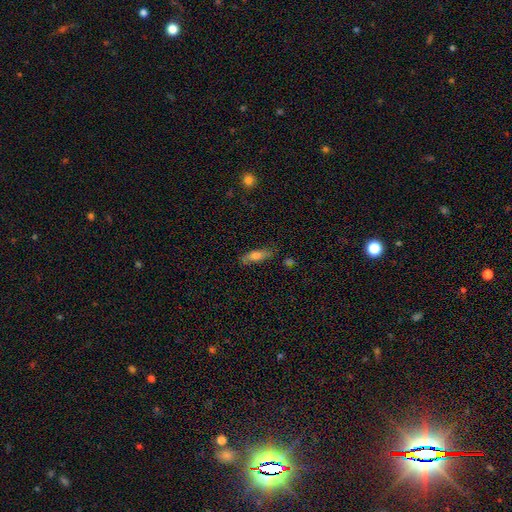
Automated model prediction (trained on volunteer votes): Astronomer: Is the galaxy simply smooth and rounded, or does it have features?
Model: smooth — 72%.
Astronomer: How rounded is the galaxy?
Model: cigar-shaped — 53% (runner-up: in between, 45%).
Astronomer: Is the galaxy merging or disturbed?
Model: none — 72%.